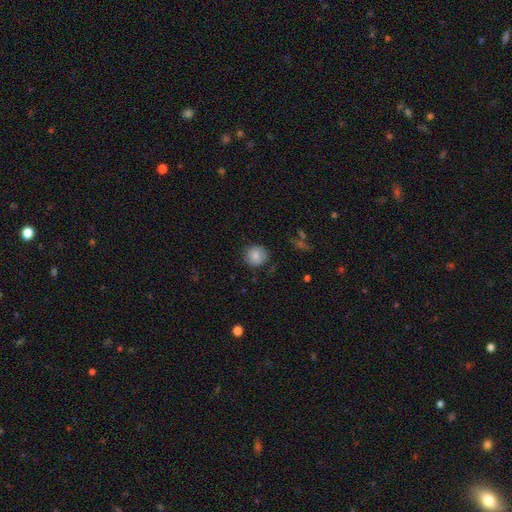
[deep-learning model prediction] This is clearly a smooth galaxy (85%). How rounded: clearly round (90%). Merging: clearly none (84%).